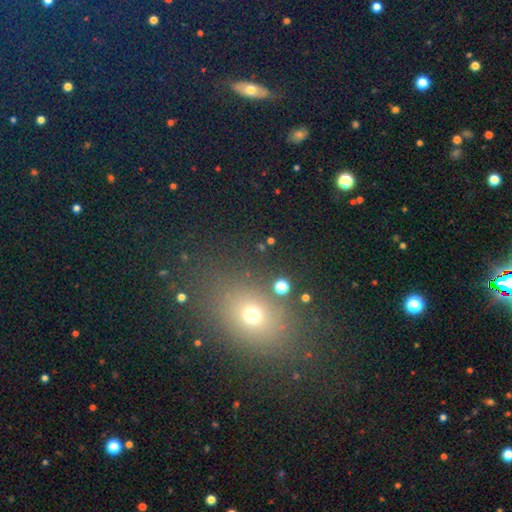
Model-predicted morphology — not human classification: Smooth or featured?
  - smooth: 56% *
  - star or artifact: 32%
  - featured or disk: 11%
How rounded?
  - in between: 58% *
  - round: 39%
  - cigar-shaped: 3%
Merging?
  - none: 84% *
  - minor disturbance: 9%
  - major disturbance: 4%
  - merger: 3%